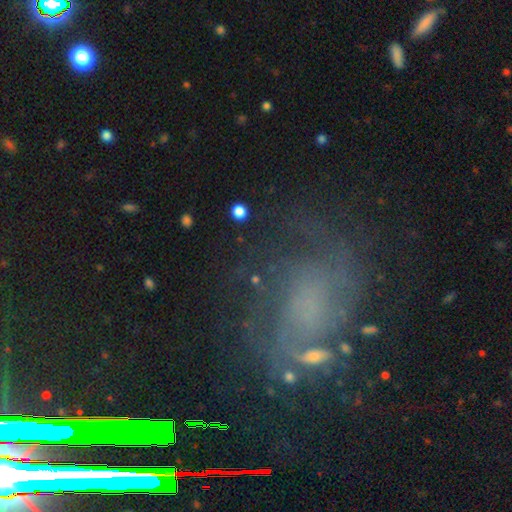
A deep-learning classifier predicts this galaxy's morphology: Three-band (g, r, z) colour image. It shows a featured or disk galaxy (60%) with no bar (66%), spiral arms (82%) and no central bulge (39%). Merging: none (57%).